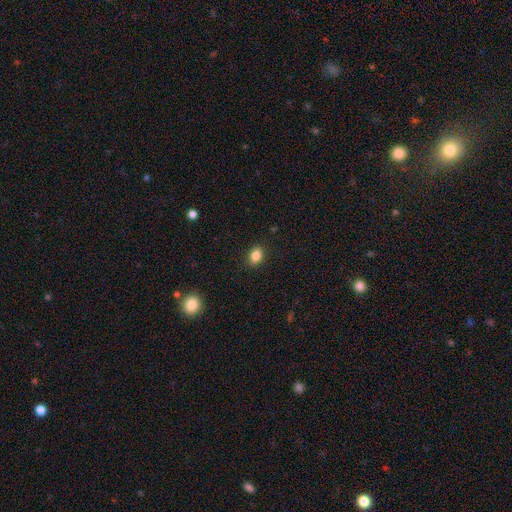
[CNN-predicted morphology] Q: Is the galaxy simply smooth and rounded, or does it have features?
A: smooth — 85%.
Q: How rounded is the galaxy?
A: in between — 69%.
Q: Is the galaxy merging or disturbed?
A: none — 88%.